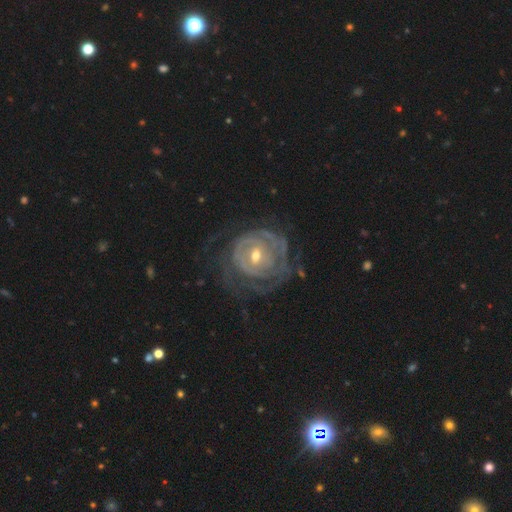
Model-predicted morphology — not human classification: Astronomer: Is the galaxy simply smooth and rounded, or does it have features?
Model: featured or disk — 83%.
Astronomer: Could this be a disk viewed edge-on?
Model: no — 97%.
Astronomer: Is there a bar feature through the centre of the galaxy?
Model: no — 49% (runner-up: weak, 36%).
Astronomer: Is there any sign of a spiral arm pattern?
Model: yes — 83%.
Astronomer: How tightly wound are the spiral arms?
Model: tight — 76%.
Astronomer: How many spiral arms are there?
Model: can't tell — 51%.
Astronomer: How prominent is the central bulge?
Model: moderate — 51% (runner-up: small, 45%).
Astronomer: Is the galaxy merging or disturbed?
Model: none — 61%.